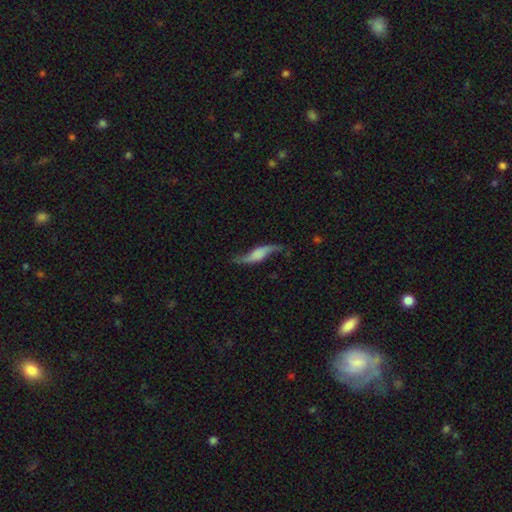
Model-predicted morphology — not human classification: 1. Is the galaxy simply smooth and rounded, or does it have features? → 76% featured or disk, 16% smooth, 8% star or artifact.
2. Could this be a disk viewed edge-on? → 65% no, 35% yes.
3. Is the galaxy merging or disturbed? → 74% none, 17% minor disturbance, 7% major disturbance, 2% merger.